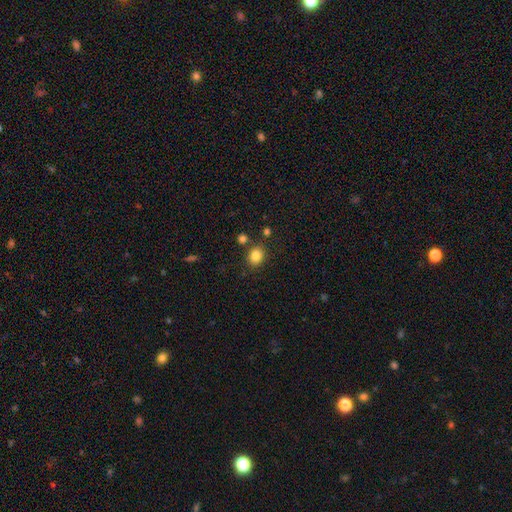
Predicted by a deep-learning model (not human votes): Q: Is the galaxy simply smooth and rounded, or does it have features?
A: smooth — 84%.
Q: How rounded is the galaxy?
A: round — 61%.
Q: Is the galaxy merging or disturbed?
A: none — 80%.